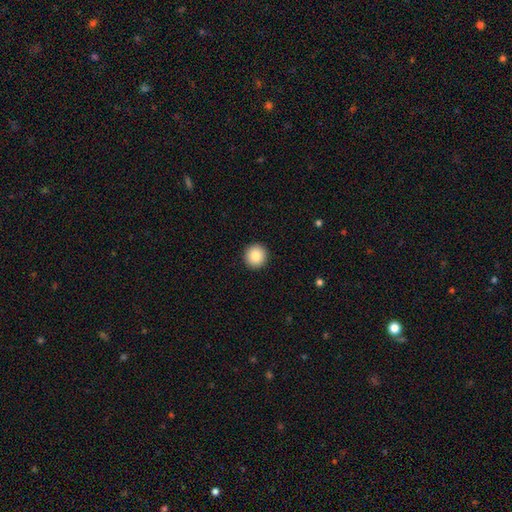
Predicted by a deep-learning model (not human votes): The model was most divided on "smooth or featured": smooth: 86%, star or artifact: 8%, featured or disk: 5%. More confident: how rounded — round (96%); merging — none (94%).